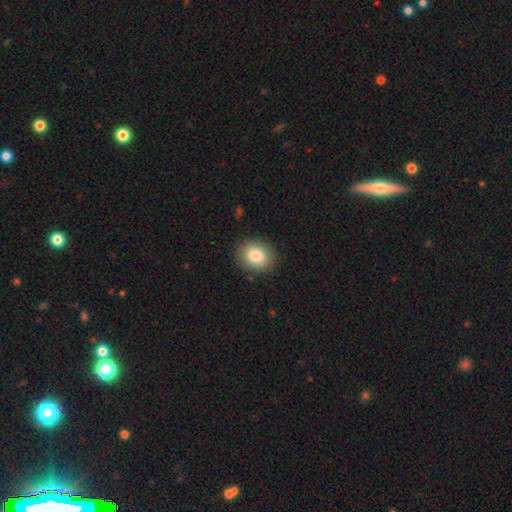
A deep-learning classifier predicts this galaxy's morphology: type=smooth (84%); roundness=in between (55%); merging=none (88%).